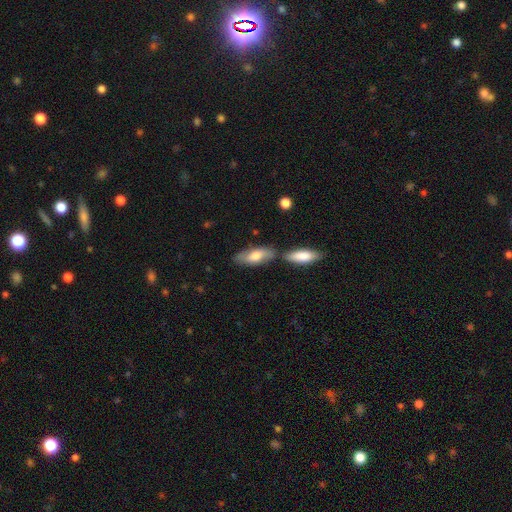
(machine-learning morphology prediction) smooth-or-featured: smooth: 67% | featured or disk: 28% | star or artifact: 6%
  how-rounded: in between: 76% | cigar-shaped: 21% | round: 2%
  merging: none: 61% | merger: 20% | minor disturbance: 15% | major disturbance: 4%